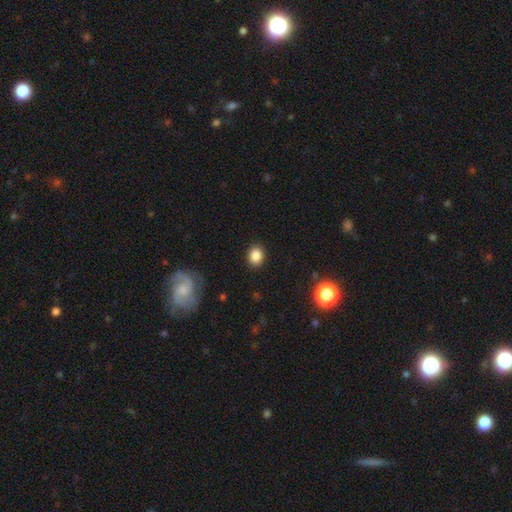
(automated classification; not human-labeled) smooth_or_featured: smooth (p=0.86) [alt: star or artifact p=0.10]
how_rounded: round (p=0.54) [alt: in between p=0.45]
merging: none (p=0.89) [alt: minor disturbance p=0.08]